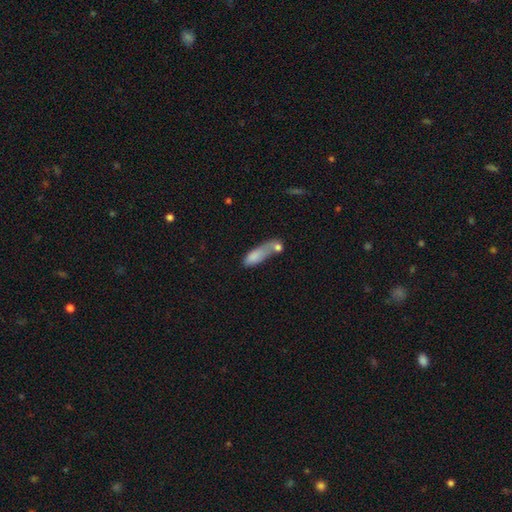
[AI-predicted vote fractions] A smooth galaxy with no disk features (74%) that is in between round and cigar-shaped (58%). Merging: merger (39%).